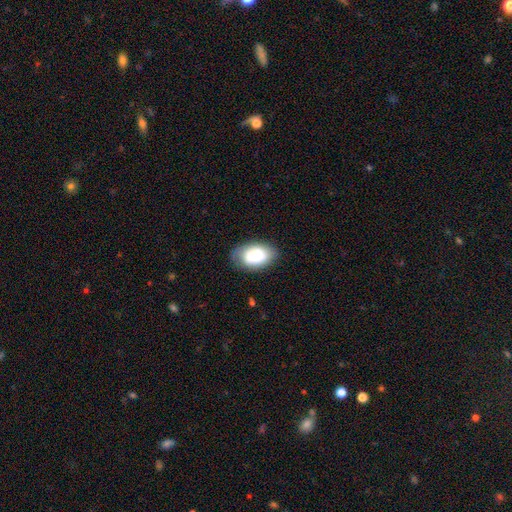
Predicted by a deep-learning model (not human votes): smooth 73%, featured or disk 19%, star or artifact 8%. Down the decision tree: how rounded — in between (90%); merging — none (71%).